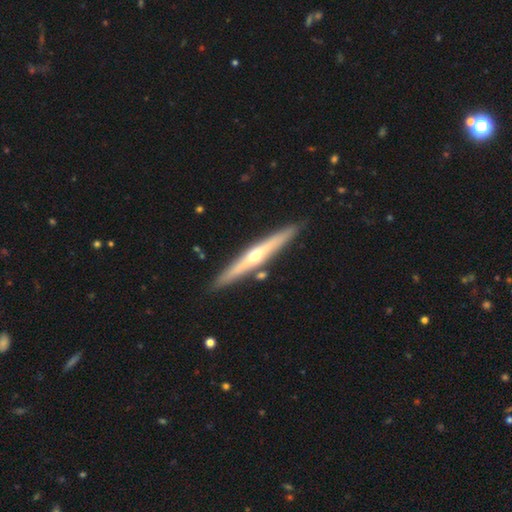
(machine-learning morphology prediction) Q: Smooth or featured?
A: featured or disk (70%); runner-up: smooth (24%)
Q: Edge-on disk?
A: yes (95%); runner-up: no (5%)
Q: Edge-on bulge?
A: rounded (85%); runner-up: none (13%)
Q: Merging?
A: none (87%); runner-up: minor disturbance (8%)